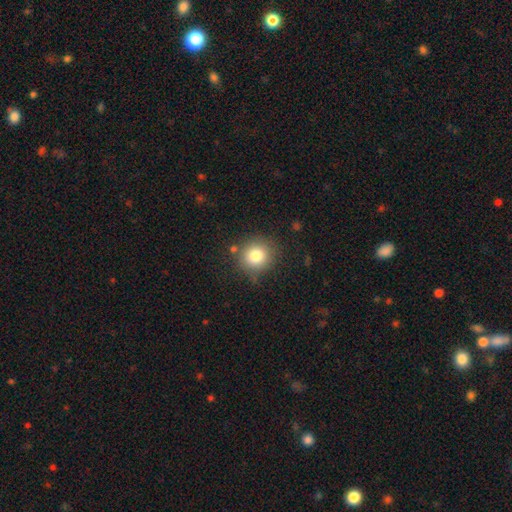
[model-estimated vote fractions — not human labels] Overall: smooth (80%). How rounded: round (90%). Merging: none (82%).